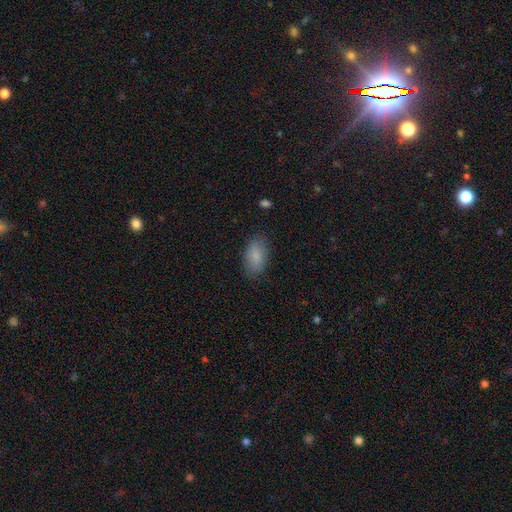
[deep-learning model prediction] This appears to be a smooth galaxy with no disk features (85%) that is in between round and cigar-shaped (92%). Merging: none (83%).